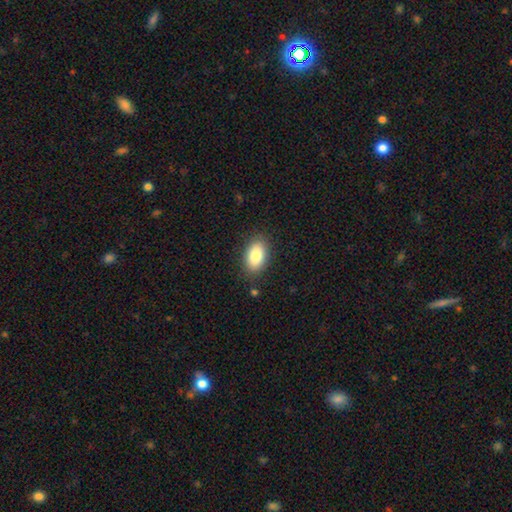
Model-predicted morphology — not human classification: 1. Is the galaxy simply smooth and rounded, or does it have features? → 85% smooth, 8% featured or disk, 7% star or artifact.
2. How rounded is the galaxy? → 92% in between, 6% round, 2% cigar-shaped.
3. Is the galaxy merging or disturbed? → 85% none, 10% minor disturbance, 3% major disturbance, 1% merger.